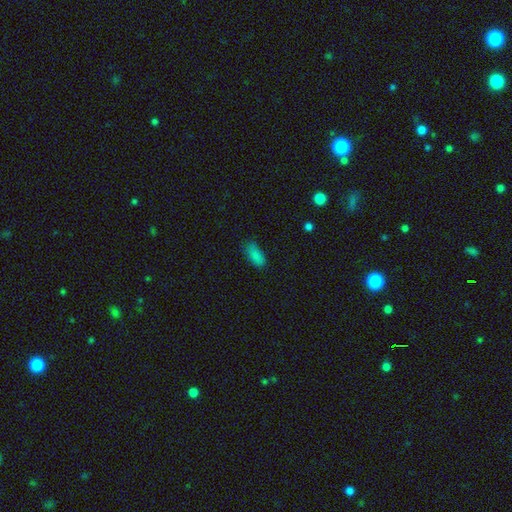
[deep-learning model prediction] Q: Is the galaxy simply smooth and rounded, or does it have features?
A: smooth — 85%.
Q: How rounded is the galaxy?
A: in between — 85%.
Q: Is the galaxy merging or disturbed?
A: none — 76%.